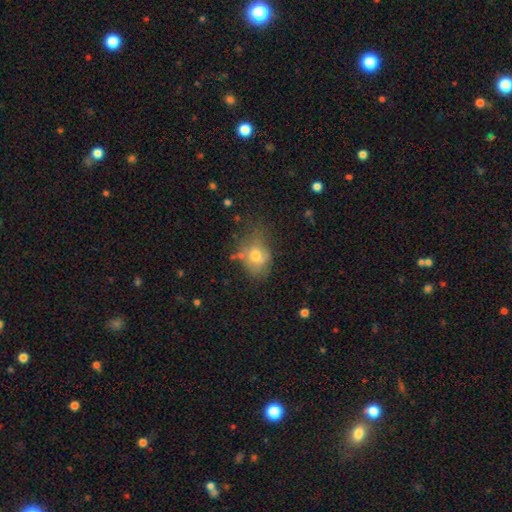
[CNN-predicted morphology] Smooth or featured? Predicted: smooth (p=0.70). How rounded? Predicted: in between (p=0.62). Merging? Predicted: none (p=0.47).